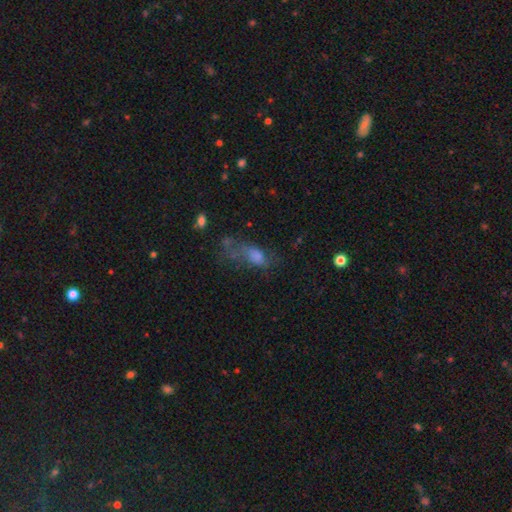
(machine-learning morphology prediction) smooth_or_featured: smooth (p=0.53) [alt: featured or disk p=0.29]
how_rounded: in between (p=0.71) [alt: cigar-shaped p=0.19]
merging: major disturbance (p=0.38) [alt: none p=0.31]